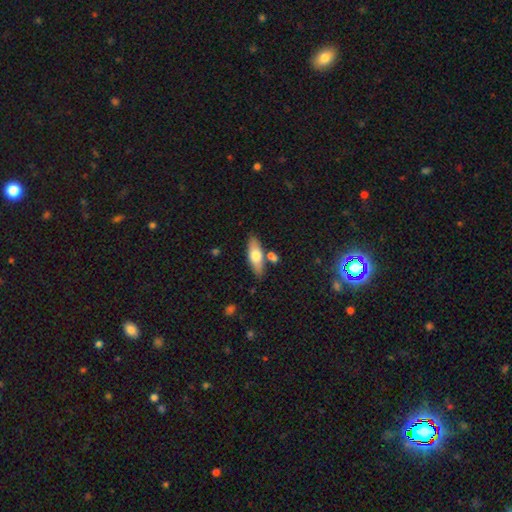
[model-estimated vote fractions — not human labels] Morphology: type=smooth (62%); roundness=in between (63%); merging=none (77%).